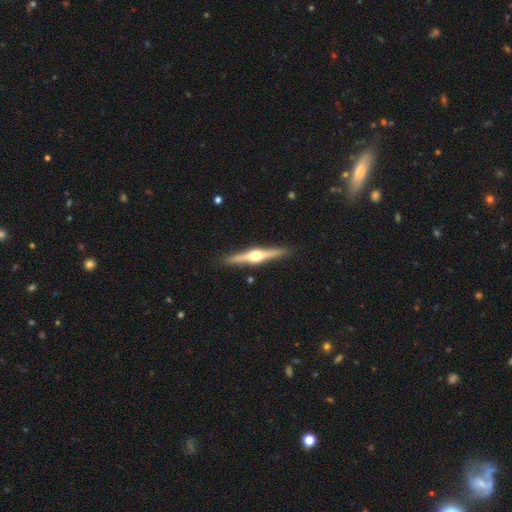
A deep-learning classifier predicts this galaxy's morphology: The model was most divided on "smooth or featured": featured or disk: 79%, smooth: 17%, star or artifact: 5%. More confident: edge-on disk — yes (98%); edge-on bulge — rounded (96%); merging — none (91%).